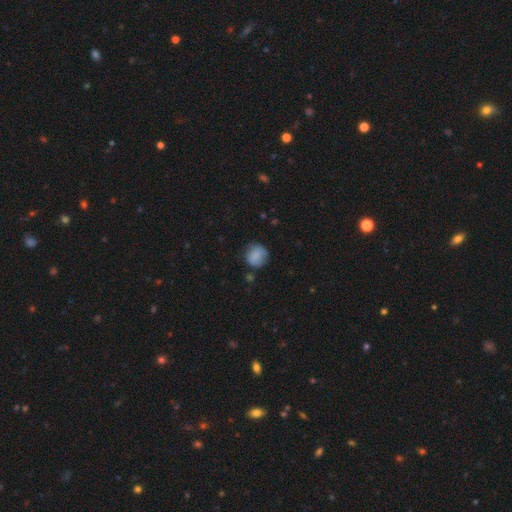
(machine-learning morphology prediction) Smooth or featured? smooth (81%)
How rounded? round (85%)
Merging? none (67%)